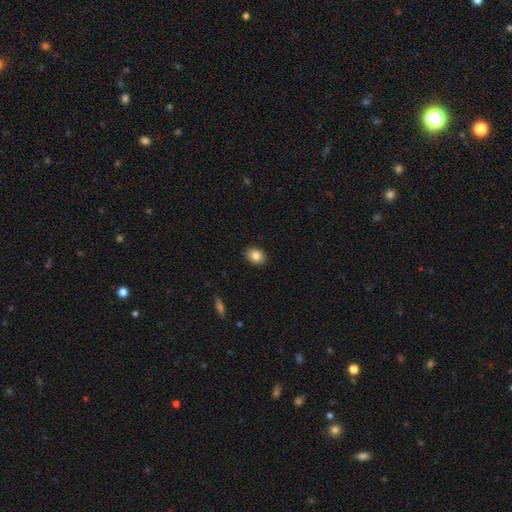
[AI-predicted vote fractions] The model was most divided on "how rounded": in between: 56%, round: 43%, cigar-shaped: 1%. More confident: merging — none (90%); smooth or featured — smooth (84%).